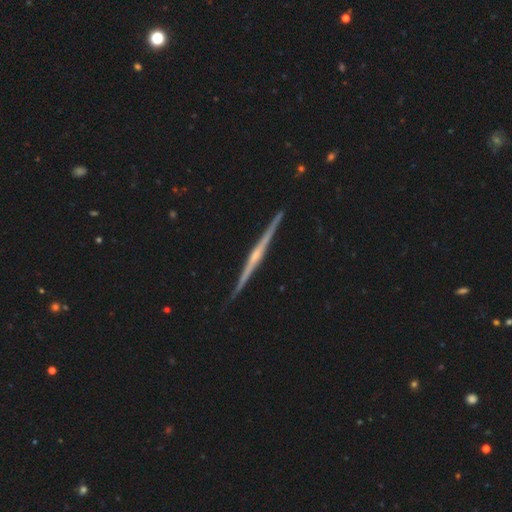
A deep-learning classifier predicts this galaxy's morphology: Smooth or featured? Predicted: featured or disk (p=0.86). Edge-on disk? Predicted: yes (p=0.99). Edge-on bulge? Predicted: rounded (p=0.62). Merging? Predicted: none (p=0.92).